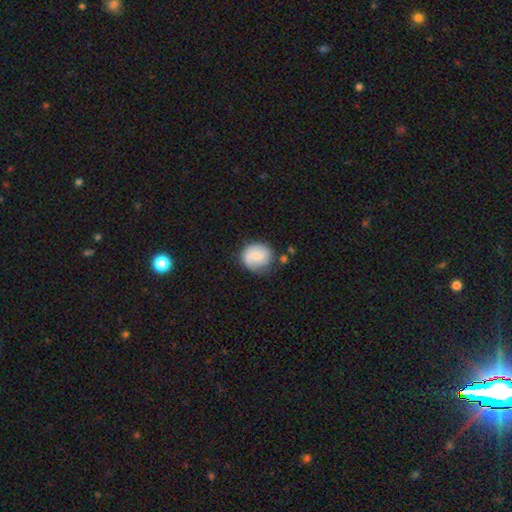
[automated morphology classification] Smooth or featured? Predicted: smooth (p=0.48). Merging? Predicted: none (p=0.65).